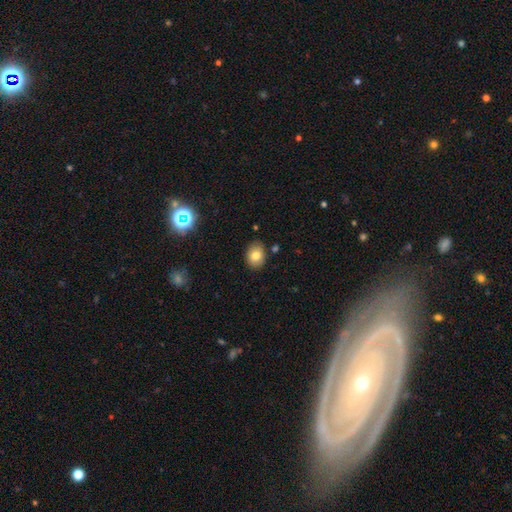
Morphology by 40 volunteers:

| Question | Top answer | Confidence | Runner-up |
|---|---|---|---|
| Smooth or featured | smooth | 82% | star or artifact (12%) |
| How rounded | round | 52% | in between (48%) |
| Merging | none | 66% | minor disturbance (29%) |